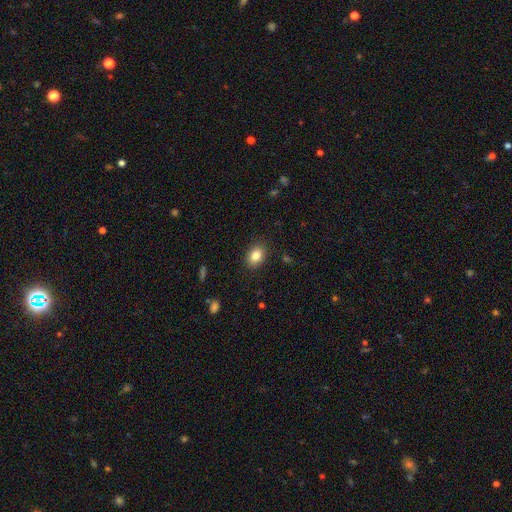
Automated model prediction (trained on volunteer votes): This appears to be a smooth galaxy with no disk features (84%) that is in between round and cigar-shaped (72%). Merging: none (87%).